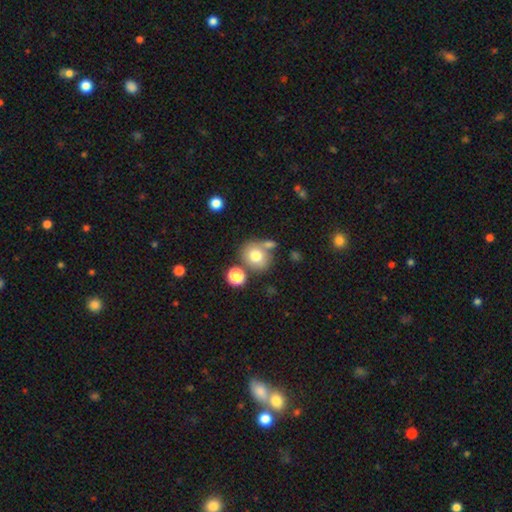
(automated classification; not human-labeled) Overall: smooth (74%). How rounded: round (75%). Merging: none (62%).